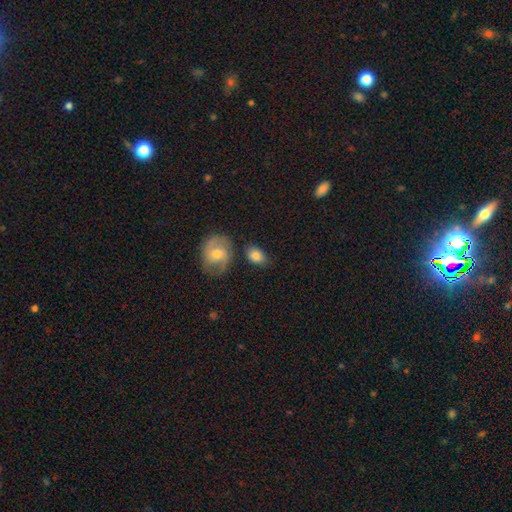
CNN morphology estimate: smooth_or_featured: smooth (p=0.79) [alt: featured or disk p=0.13]
how_rounded: in between (p=0.77) [alt: round p=0.22]
merging: none (p=0.68) [alt: minor disturbance p=0.18]